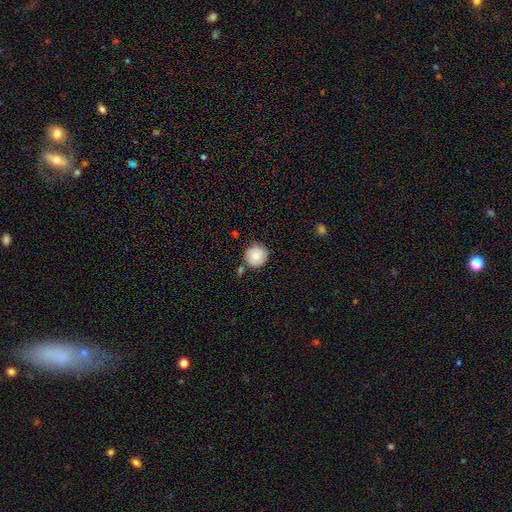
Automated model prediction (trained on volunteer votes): The model was most divided on "smooth or featured": smooth: 77%, featured or disk: 15%, star or artifact: 8%. More confident: how rounded — round (93%); merging — none (78%).